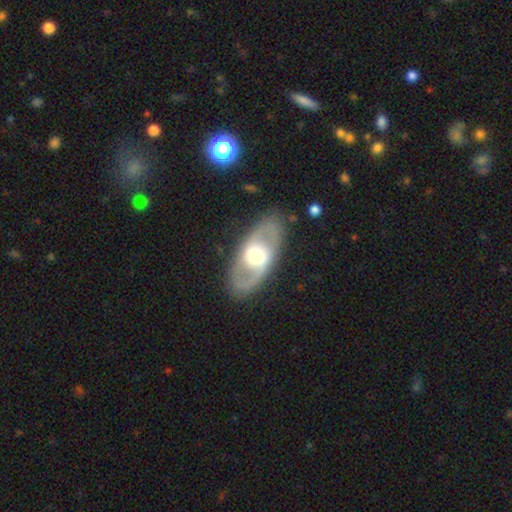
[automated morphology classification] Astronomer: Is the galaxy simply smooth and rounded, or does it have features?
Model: featured or disk — 69%.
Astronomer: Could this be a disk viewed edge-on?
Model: no — 89%.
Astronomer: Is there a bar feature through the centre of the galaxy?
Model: no — 51% (runner-up: weak, 32%).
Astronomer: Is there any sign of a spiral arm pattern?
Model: yes — 56% (runner-up: no, 44%).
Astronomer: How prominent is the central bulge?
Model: moderate — 60%.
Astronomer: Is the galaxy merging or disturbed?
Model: none — 85%.